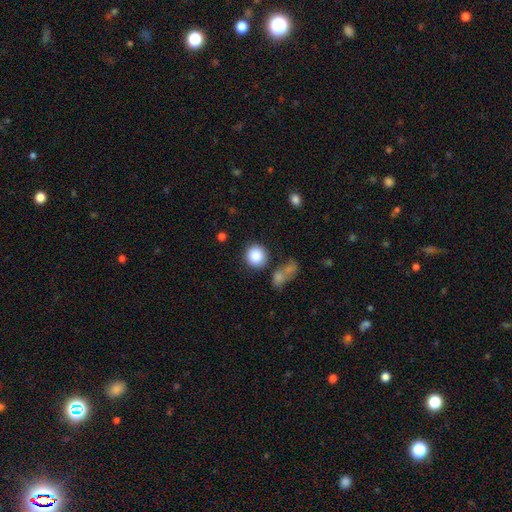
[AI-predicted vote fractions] Smooth or featured?
  - smooth: 87% *
  - star or artifact: 8%
  - featured or disk: 5%
How rounded?
  - round: 91% *
  - in between: 8%
  - cigar-shaped: 1%
Merging?
  - none: 77% *
  - minor disturbance: 10%
  - merger: 9%
  - major disturbance: 4%